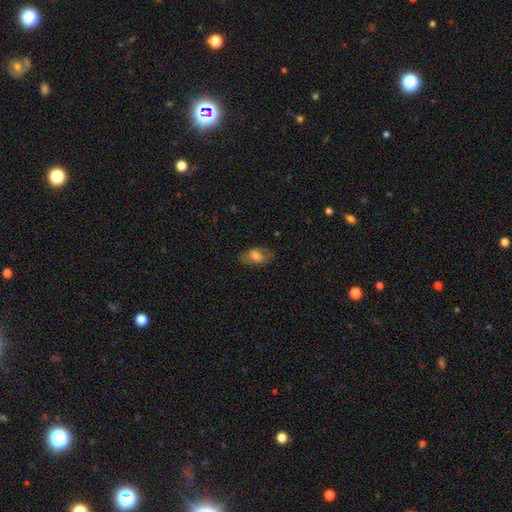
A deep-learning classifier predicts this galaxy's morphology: Smooth or featured?
  - smooth: 62% *
  - featured or disk: 30%
  - star or artifact: 8%
How rounded?
  - in between: 89% *
  - round: 9%
  - cigar-shaped: 2%
Merging?
  - none: 76% *
  - minor disturbance: 17%
  - major disturbance: 6%
  - merger: 1%